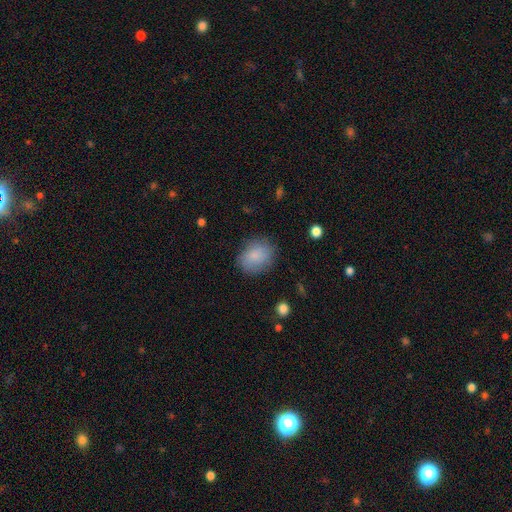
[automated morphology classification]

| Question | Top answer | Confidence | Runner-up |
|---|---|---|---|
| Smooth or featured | smooth | 85% | featured or disk (8%) |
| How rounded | in between | 57% | round (42%) |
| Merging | none | 78% | minor disturbance (16%) |